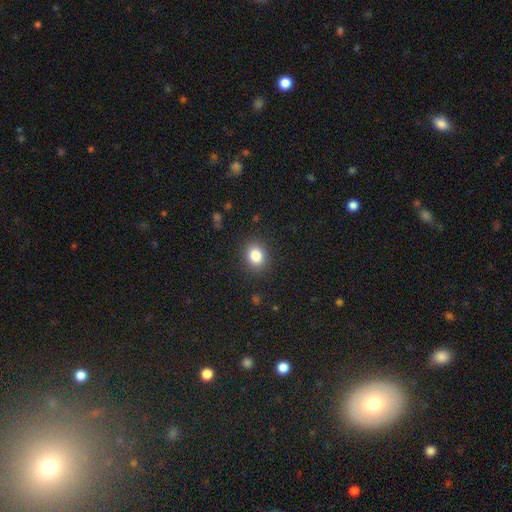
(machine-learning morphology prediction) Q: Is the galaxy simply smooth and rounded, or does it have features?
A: smooth — 84%.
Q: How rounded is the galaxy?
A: round — 60%.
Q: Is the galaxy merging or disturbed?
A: none — 88%.